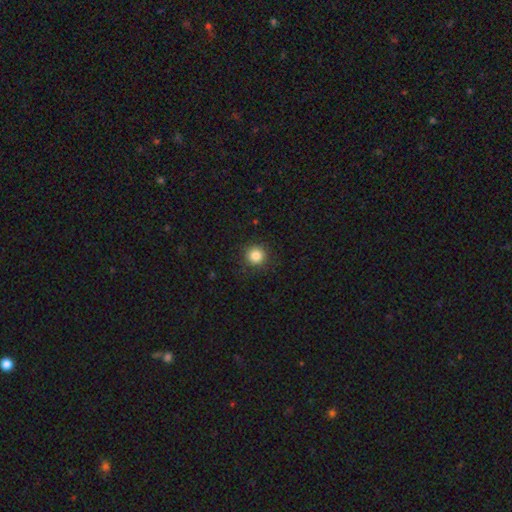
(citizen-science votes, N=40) Smooth or featured?
  - smooth: 90% *
  - star or artifact: 10%
  - featured or disk: 0%
How rounded?
  - round: 97% *
  - in between: 3%
  - cigar-shaped: 0%
Merging?
  - none: 94% *
  - minor disturbance: 3%
  - major disturbance: 3%
  - merger: 0%